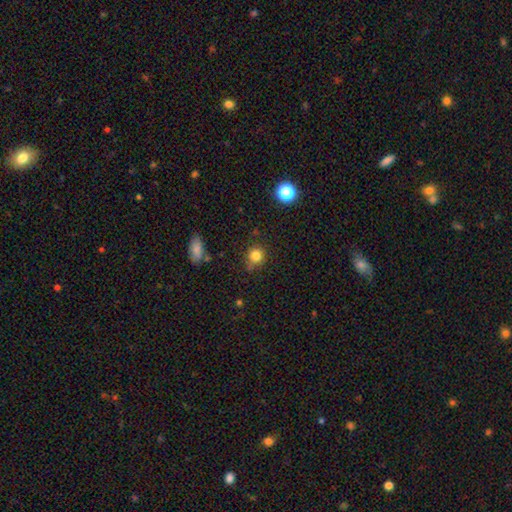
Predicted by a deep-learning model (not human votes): This appears to be a smooth galaxy with no disk features (81%) that is round (87%). Merging: none (75%).